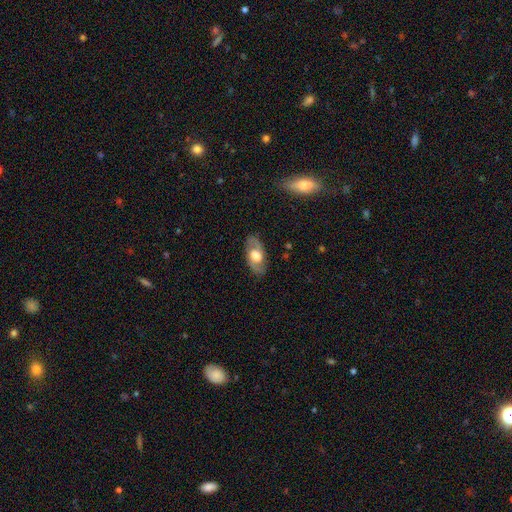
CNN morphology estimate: The model was most divided on "bulge size": large: 50%, moderate: 39%, dominant: 4%, small: 4%, none: 2%. More confident: edge-on disk — no (85%); merging — none (82%); bar — no (68%); spiral arms — yes (65%); smooth or featured — featured or disk (59%).